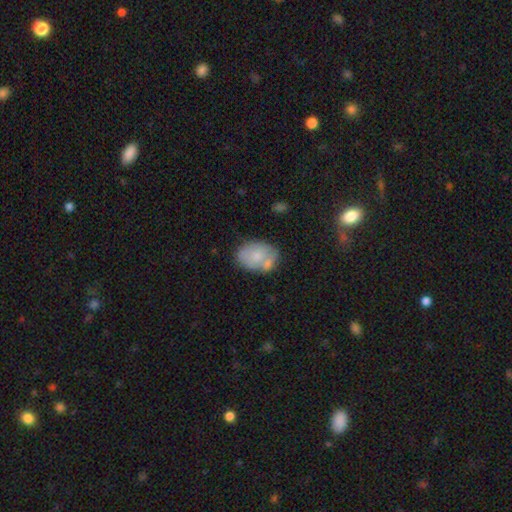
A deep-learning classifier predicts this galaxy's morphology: Smooth or featured?
  - smooth: 70% *
  - featured or disk: 24%
  - star or artifact: 7%
How rounded?
  - in between: 80% *
  - round: 18%
  - cigar-shaped: 1%
Merging?
  - none: 51% *
  - minor disturbance: 22%
  - merger: 21%
  - major disturbance: 6%